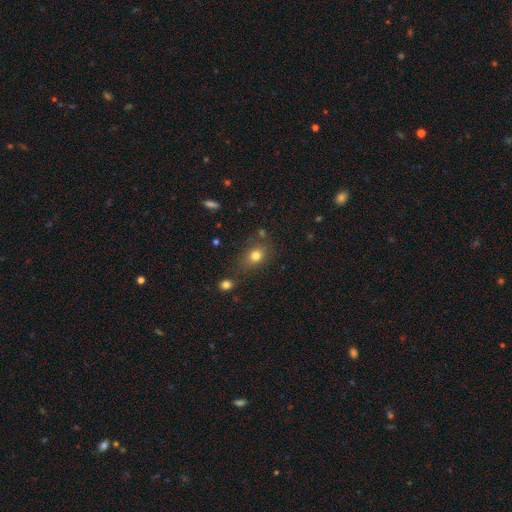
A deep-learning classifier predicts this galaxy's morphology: Smooth or featured: smooth — 78% (star or artifact — 13%)
How rounded: in between — 52% (round — 47%)
Merging: none — 71% (minor disturbance — 16%)